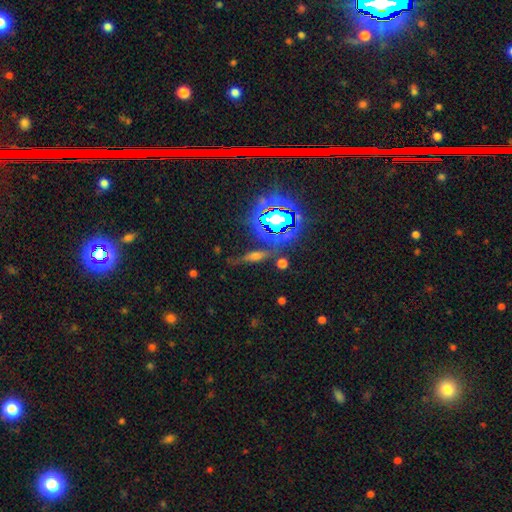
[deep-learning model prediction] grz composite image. It shows a star or artifact, not a galaxy (35%).